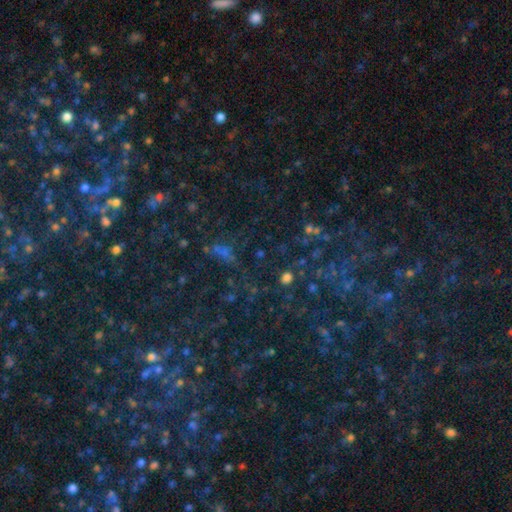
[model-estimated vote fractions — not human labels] A star or artifact, not a galaxy (76%).

Vote fractions:
- Smooth or featured? star or artifact: 76% / smooth: 15% / featured or disk: 9%